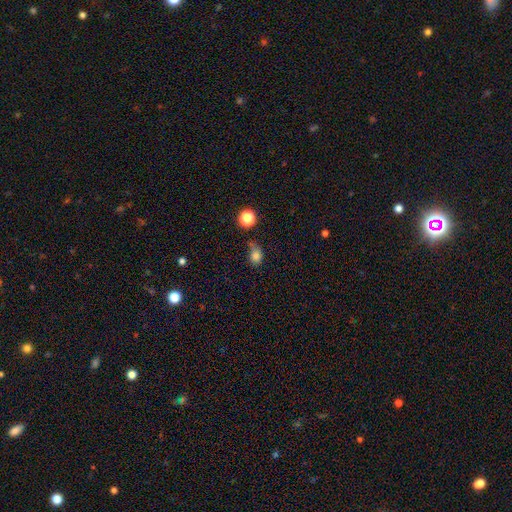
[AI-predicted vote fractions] A smooth galaxy with no disk features (78%) that is round (57%).

Vote fractions:
- Smooth or featured? smooth: 78% / star or artifact: 14% / featured or disk: 8%
- How rounded? round: 57% / in between: 42% / cigar-shaped: 2%
- Merging? none: 45% / minor disturbance: 29% / merger: 13% / major disturbance: 13%